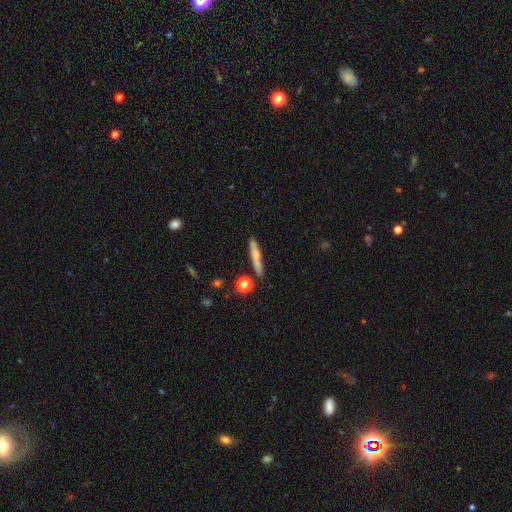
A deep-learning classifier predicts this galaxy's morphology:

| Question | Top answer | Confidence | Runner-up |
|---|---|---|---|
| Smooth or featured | smooth | 59% | featured or disk (33%) |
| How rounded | cigar-shaped | 92% | in between (6%) |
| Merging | none | 82% | minor disturbance (11%) |